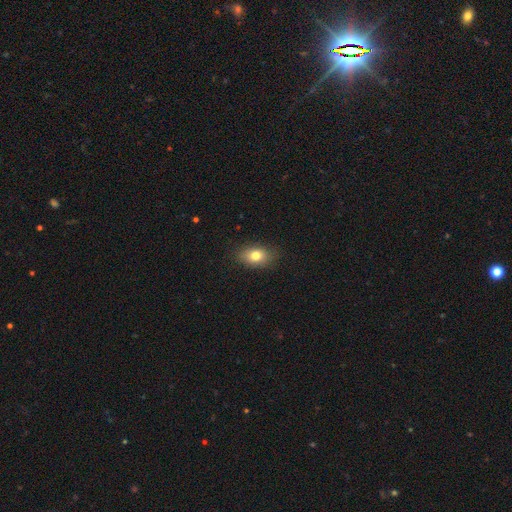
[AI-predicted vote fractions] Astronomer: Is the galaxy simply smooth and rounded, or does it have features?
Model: smooth — 78%.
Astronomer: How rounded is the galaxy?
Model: in between — 79%.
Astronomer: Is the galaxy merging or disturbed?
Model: none — 83%.